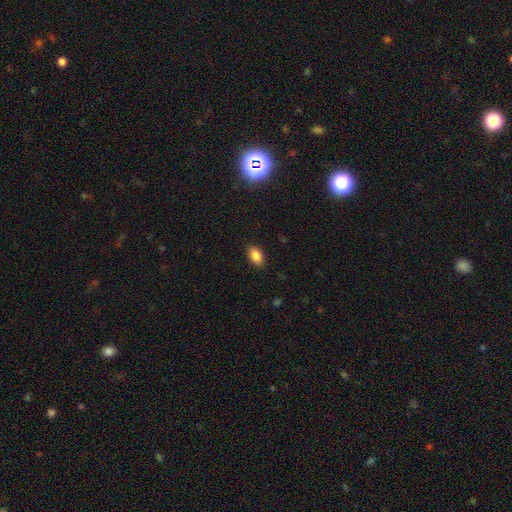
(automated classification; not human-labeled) smooth-or-featured: smooth: 86% | star or artifact: 9% | featured or disk: 6%
  how-rounded: in between: 88% | round: 10% | cigar-shaped: 2%
  merging: none: 88% | minor disturbance: 9% | major disturbance: 2% | merger: 1%